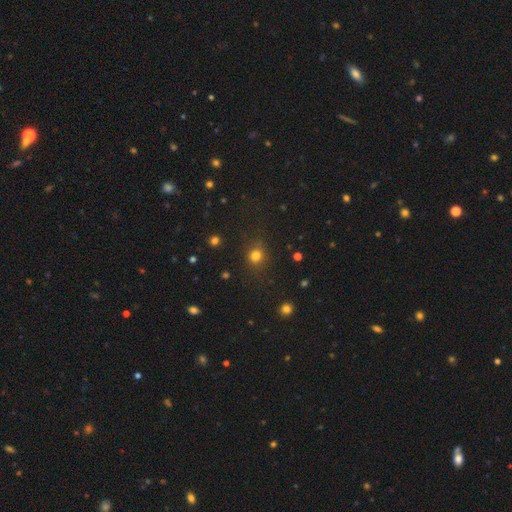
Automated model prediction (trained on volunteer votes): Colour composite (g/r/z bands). It shows a smooth galaxy with no disk features (78%) that is round (83%). Merging: none (84%).